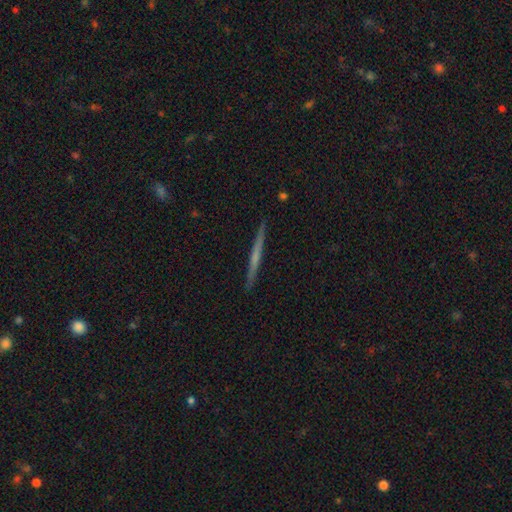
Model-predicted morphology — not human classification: Q: Smooth or featured?
A: featured or disk (59%); runner-up: smooth (35%)
Q: Edge-on disk?
A: yes (98%); runner-up: no (2%)
Q: Edge-on bulge?
A: none (71%); runner-up: rounded (22%)
Q: Merging?
A: none (92%); runner-up: minor disturbance (5%)